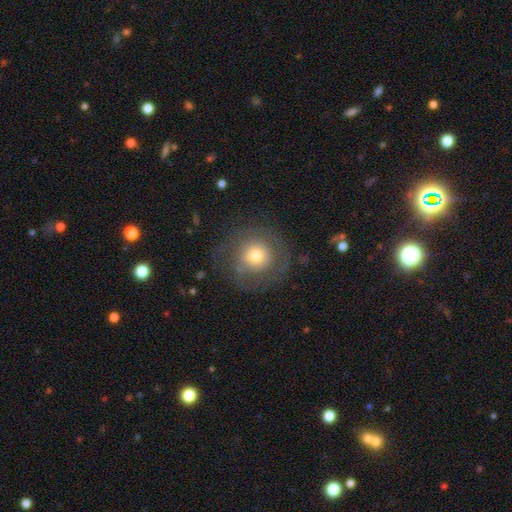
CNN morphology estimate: smooth-or-featured: smooth: 56% | featured or disk: 33% | star or artifact: 10%
  how-rounded: round: 93% | in between: 6% | cigar-shaped: 1%
  merging: none: 74% | minor disturbance: 14% | major disturbance: 10% | merger: 1%